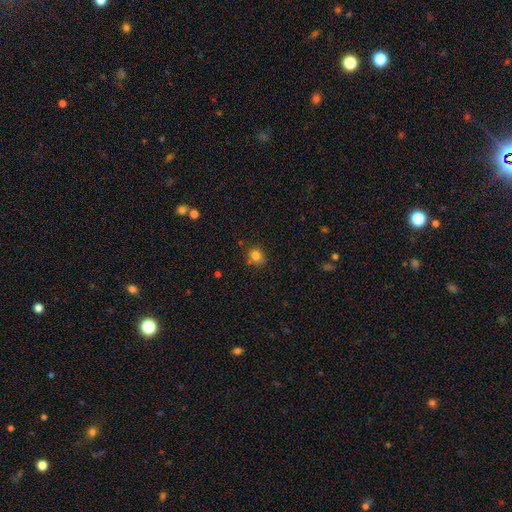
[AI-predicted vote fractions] Smooth or featured: smooth — 80% (star or artifact — 12%)
How rounded: round — 68% (in between — 31%)
Merging: none — 73% (minor disturbance — 17%)